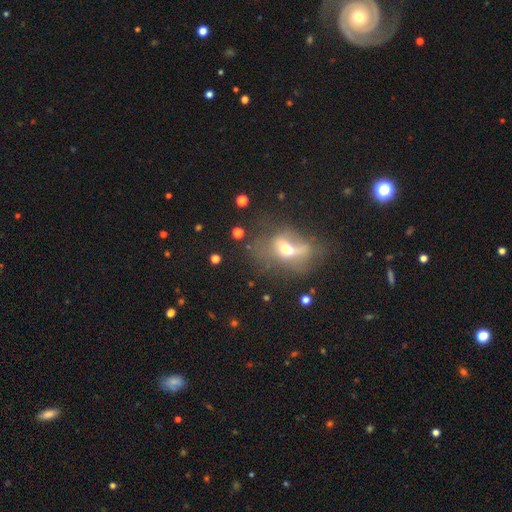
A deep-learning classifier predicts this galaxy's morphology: The model was most divided on "smooth or featured": smooth: 42%, featured or disk: 31%, star or artifact: 27%. More confident: merging — none (55%).